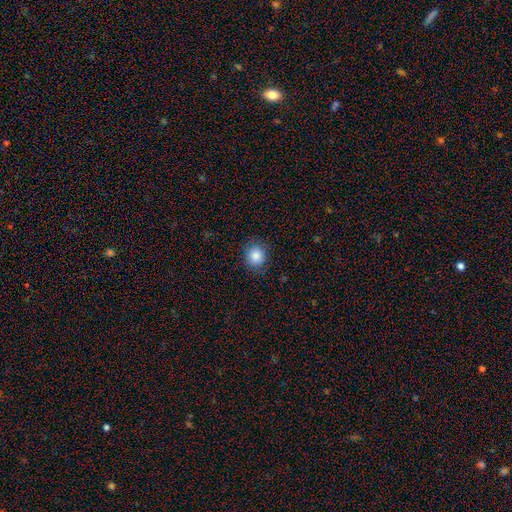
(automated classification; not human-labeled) Q: Smooth or featured?
A: smooth (85%); runner-up: star or artifact (10%)
Q: How rounded?
A: round (84%); runner-up: in between (15%)
Q: Merging?
A: none (86%); runner-up: minor disturbance (10%)